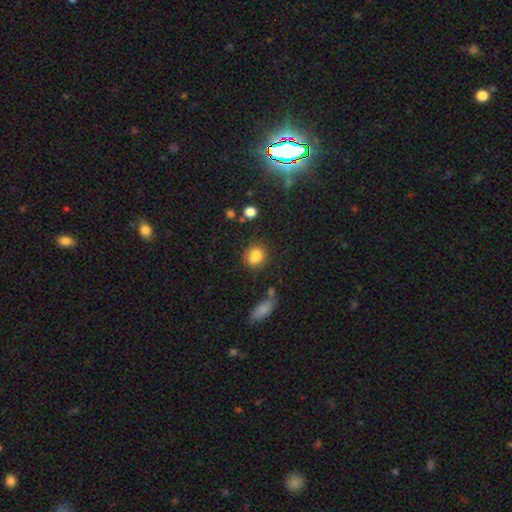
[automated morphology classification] A smooth galaxy with no disk features (82%) that is round (62%). Merging: none (70%).